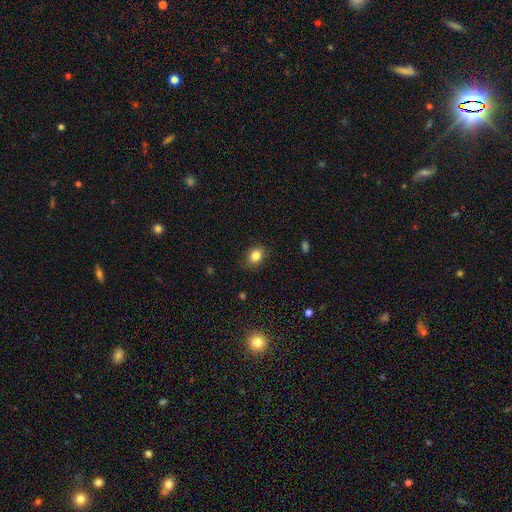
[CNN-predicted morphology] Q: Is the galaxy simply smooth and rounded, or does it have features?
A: smooth — 84%.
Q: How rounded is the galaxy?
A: in between — 62%.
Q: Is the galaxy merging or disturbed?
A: none — 86%.